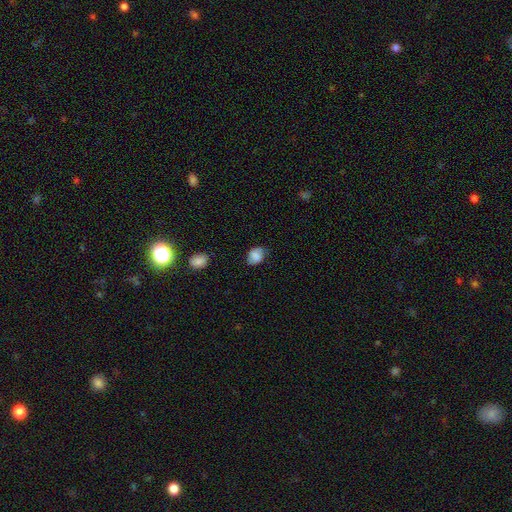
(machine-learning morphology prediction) Smooth or featured? Predicted: smooth (p=0.76). How rounded? Predicted: in between (p=0.64). Merging? Predicted: none (p=0.62).